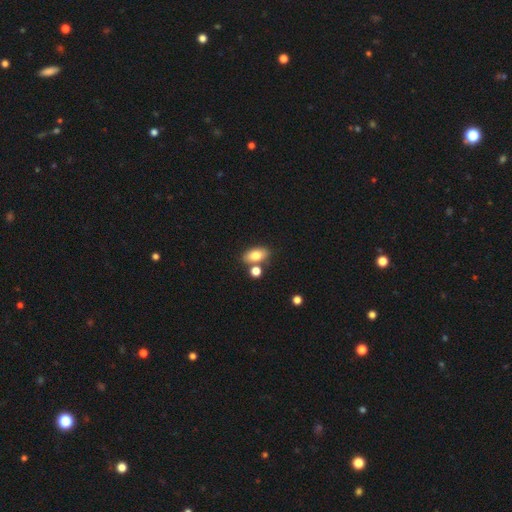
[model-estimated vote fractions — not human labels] The model was most divided on "merging": none: 66%, merger: 19%, minor disturbance: 12%, major disturbance: 4%. More confident: how rounded — in between (87%); smooth or featured — smooth (80%).